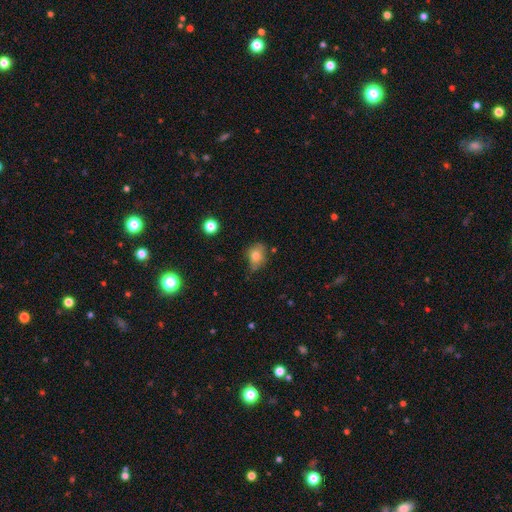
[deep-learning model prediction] Smooth or featured?
  - smooth: 75% *
  - featured or disk: 14%
  - star or artifact: 10%
How rounded?
  - in between: 56% *
  - round: 43%
  - cigar-shaped: 1%
Merging?
  - none: 52% *
  - minor disturbance: 35%
  - major disturbance: 9%
  - merger: 4%